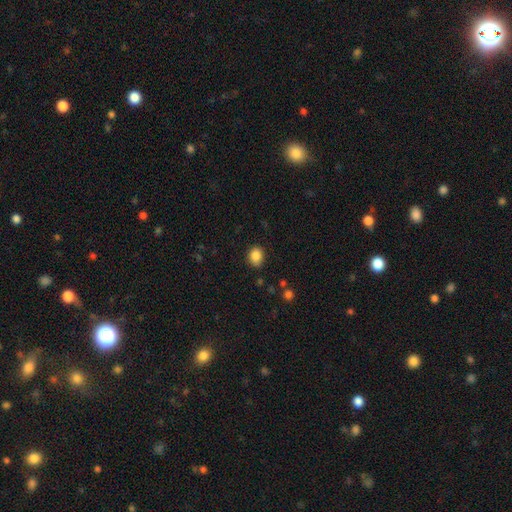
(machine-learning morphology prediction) Smooth or featured? smooth (86%)
How rounded? round (55%)
Merging? none (79%)